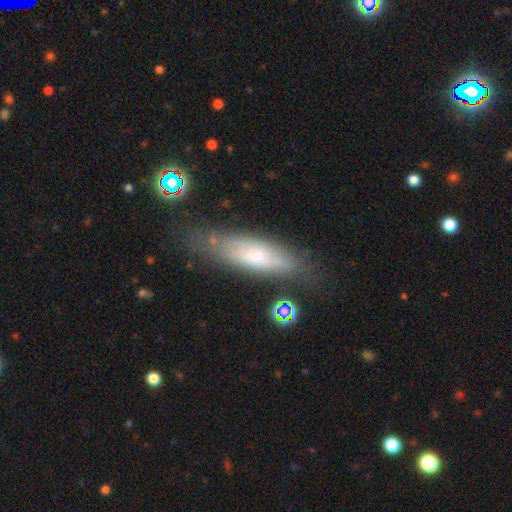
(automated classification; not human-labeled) A smooth galaxy with no disk features (57%) that is cigar-shaped (60%). Merging: none (68%).